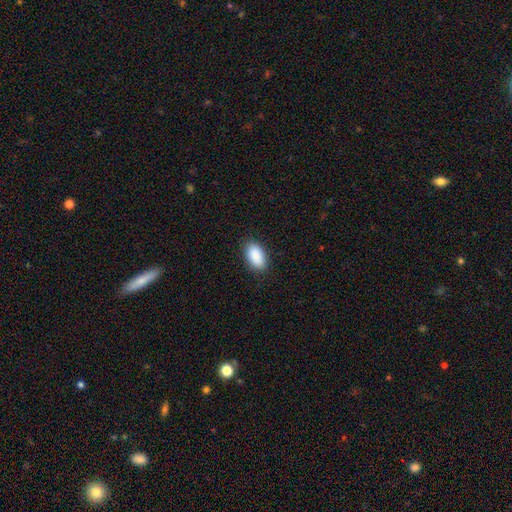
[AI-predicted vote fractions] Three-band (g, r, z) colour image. It shows a smooth galaxy with no disk features (91%) that is in between round and cigar-shaped (94%). Merging: none (88%).